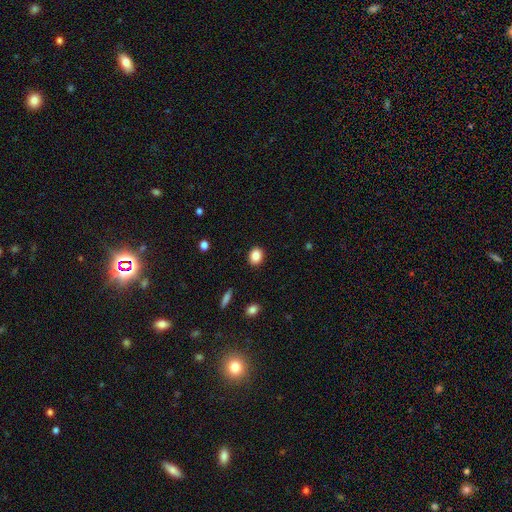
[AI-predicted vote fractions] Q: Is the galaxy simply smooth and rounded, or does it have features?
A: smooth — 86%.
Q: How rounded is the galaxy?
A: round — 55%.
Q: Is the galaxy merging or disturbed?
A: none — 90%.